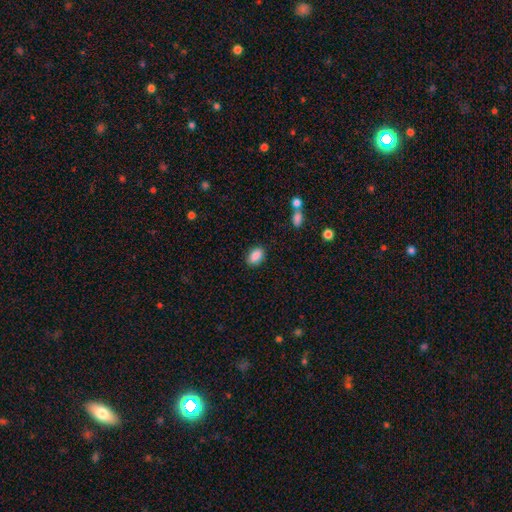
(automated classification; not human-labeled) The model was most divided on "how rounded": in between: 86%, round: 13%, cigar-shaped: 2%. More confident: smooth or featured — smooth (88%); merging — none (85%).